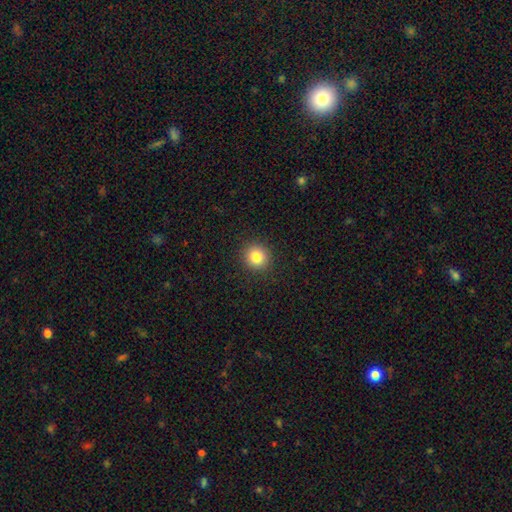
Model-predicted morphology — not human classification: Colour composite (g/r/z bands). It shows a smooth galaxy with no disk features (83%) that is round (91%). Merging: none (92%).